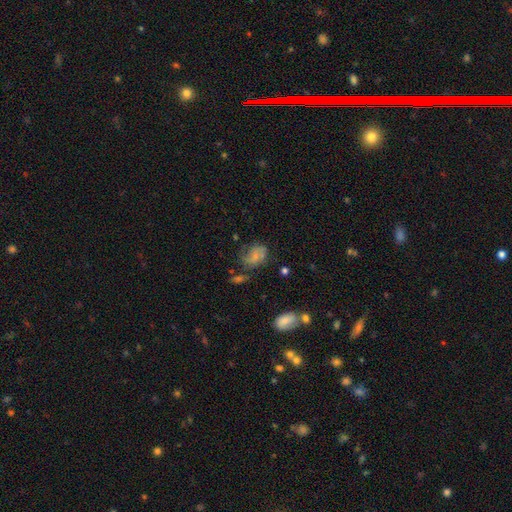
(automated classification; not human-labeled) smooth-or-featured: featured or disk: 47% | smooth: 43% | star or artifact: 10%
  merging: none: 47% | minor disturbance: 27% | major disturbance: 19% | merger: 6%